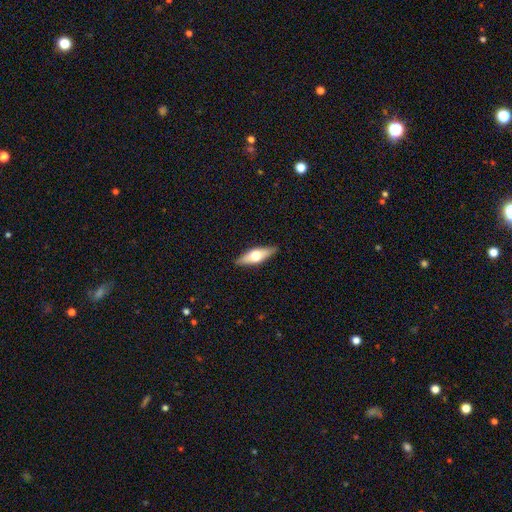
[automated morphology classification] A featured or disk galaxy (52%) viewed edge-on (92%). Merging: none (88%).